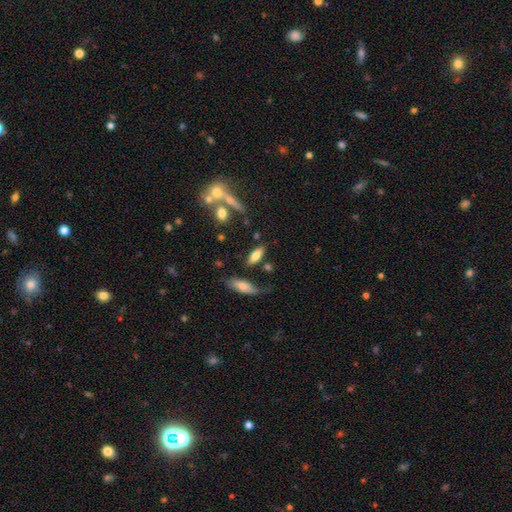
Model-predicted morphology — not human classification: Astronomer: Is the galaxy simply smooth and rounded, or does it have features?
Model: smooth — 71%.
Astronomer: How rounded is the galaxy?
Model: in between — 69%.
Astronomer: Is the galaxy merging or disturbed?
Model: none — 67%.